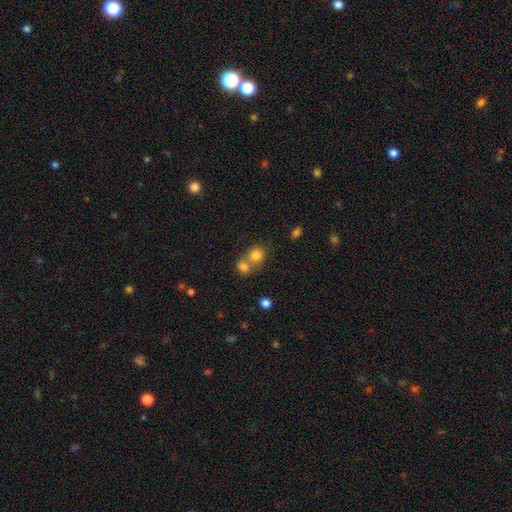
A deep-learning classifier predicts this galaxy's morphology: Smooth or featured?
  - smooth: 81% *
  - star or artifact: 11%
  - featured or disk: 8%
How rounded?
  - round: 80% *
  - in between: 19%
  - cigar-shaped: 1%
Merging?
  - merger: 46% *
  - none: 44%
  - minor disturbance: 7%
  - major disturbance: 3%